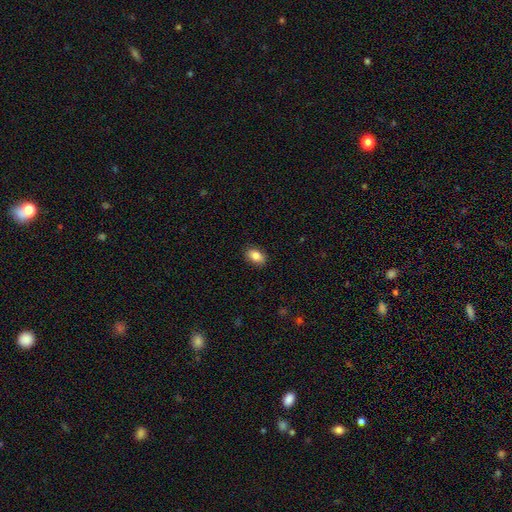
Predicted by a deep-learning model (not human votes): Smooth or featured: smooth — 86% (star or artifact — 8%)
How rounded: in between — 88% (round — 10%)
Merging: none — 88% (minor disturbance — 9%)